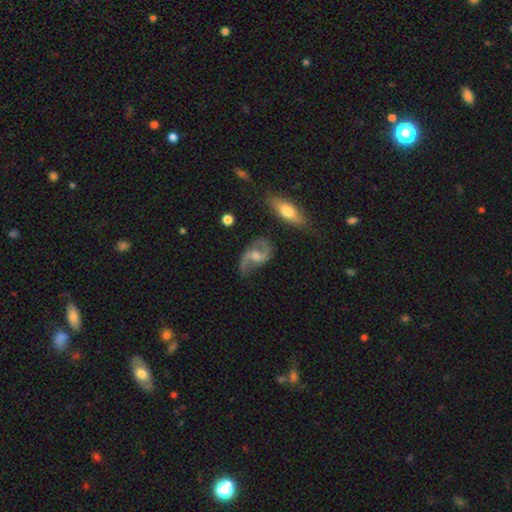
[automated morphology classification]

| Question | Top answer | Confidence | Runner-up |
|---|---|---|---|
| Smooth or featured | featured or disk | 86% | smooth (8%) |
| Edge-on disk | no | 96% | yes (4%) |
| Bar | weak | 45% | no (44%) |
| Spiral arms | yes | 96% | no (4%) |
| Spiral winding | loose | 65% | medium (29%) |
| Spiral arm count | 2 | 92% | 1 (3%) |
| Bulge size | moderate | 46% | small (40%) |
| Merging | none | 71% | minor disturbance (18%) |